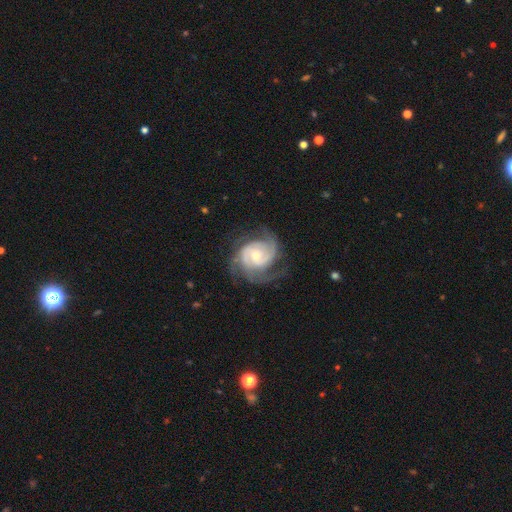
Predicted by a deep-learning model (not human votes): smooth_or_featured: featured or disk (p=0.88) [alt: smooth p=0.08]
disk_edge_on: no (p=0.98) [alt: yes p=0.02]
bar: no (p=0.63) [alt: weak p=0.31]
has_spiral_arms: yes (p=0.97) [alt: no p=0.03]
spiral_winding: tight (p=0.49) [alt: medium p=0.41]
spiral_arm_count: 2 (p=0.47) [alt: 3 p=0.25]
bulge_size: moderate (p=0.48) [alt: small p=0.45]
merging: none (p=0.65) [alt: minor disturbance p=0.19]